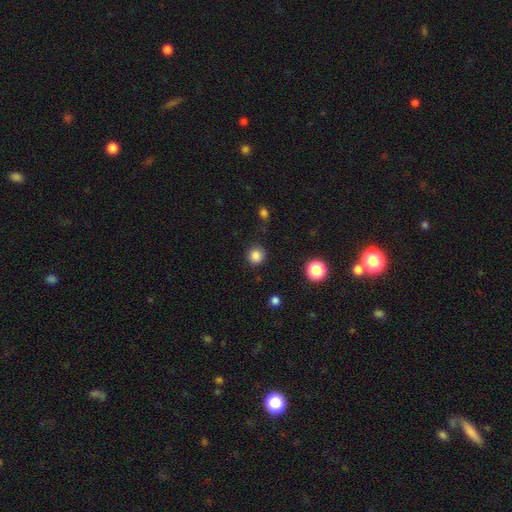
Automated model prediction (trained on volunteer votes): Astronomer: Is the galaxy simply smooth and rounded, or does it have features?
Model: smooth — 85%.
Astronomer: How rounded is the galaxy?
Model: round — 92%.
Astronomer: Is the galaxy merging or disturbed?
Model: none — 88%.